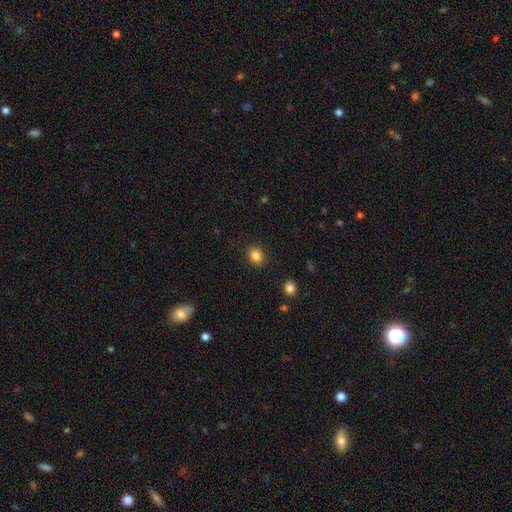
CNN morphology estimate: The model was most divided on "how rounded": round: 54%, in between: 45%, cigar-shaped: 1%. More confident: merging — none (88%); smooth or featured — smooth (85%).